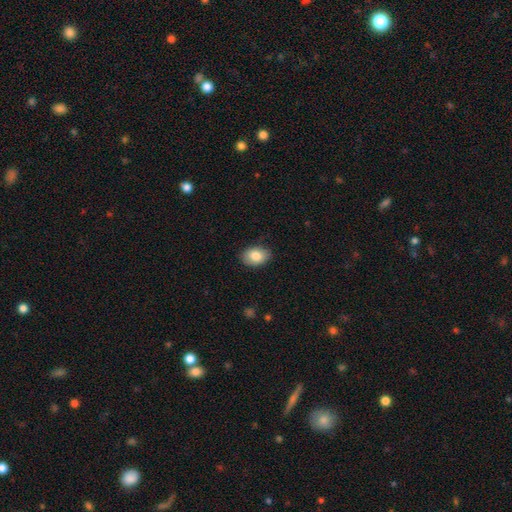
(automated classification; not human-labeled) Smooth or featured? Predicted: smooth (p=0.83). How rounded? Predicted: in between (p=0.82). Merging? Predicted: none (p=0.85).